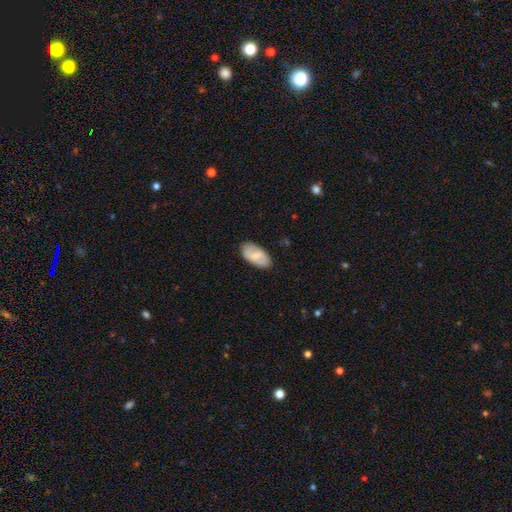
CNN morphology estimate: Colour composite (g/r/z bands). It shows a smooth galaxy with no disk features (67%) that is in between round and cigar-shaped (94%). Merging: none (84%).